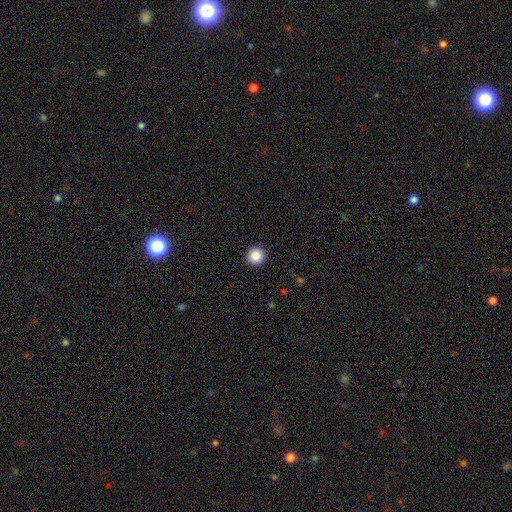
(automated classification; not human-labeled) smooth 87%, star or artifact 9%, featured or disk 4%. Down the decision tree: how rounded — round (94%); merging — none (93%).